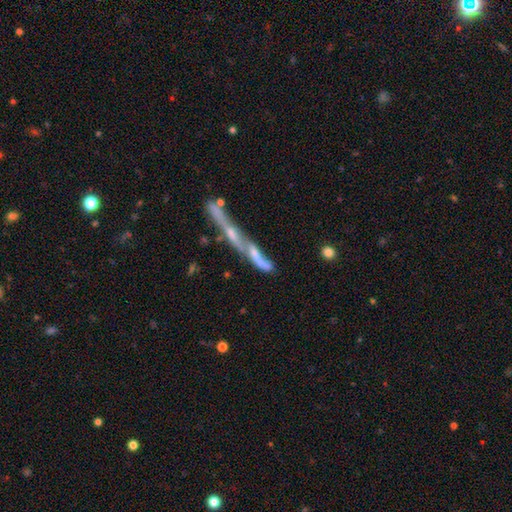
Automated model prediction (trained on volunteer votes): Smooth or featured?
  - featured or disk: 64% *
  - smooth: 25%
  - star or artifact: 11%
Edge-on disk?
  - yes: 70% *
  - no: 30%
Merging?
  - merger: 40% *
  - none: 33%
  - major disturbance: 14%
  - minor disturbance: 14%